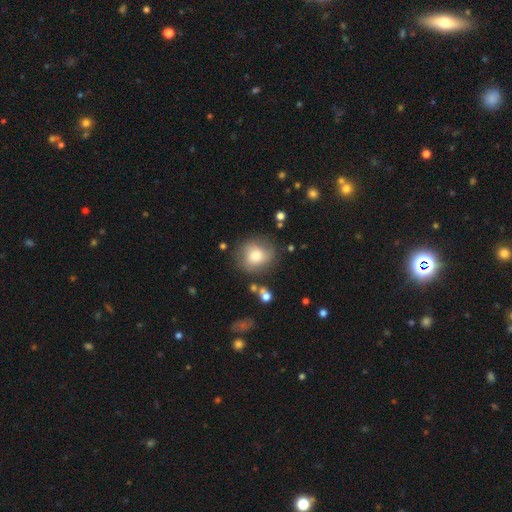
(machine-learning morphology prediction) smooth-or-featured: smooth: 74% | featured or disk: 17% | star or artifact: 9%
  how-rounded: round: 78% | in between: 21% | cigar-shaped: 1%
  merging: none: 71% | minor disturbance: 18% | major disturbance: 7% | merger: 4%